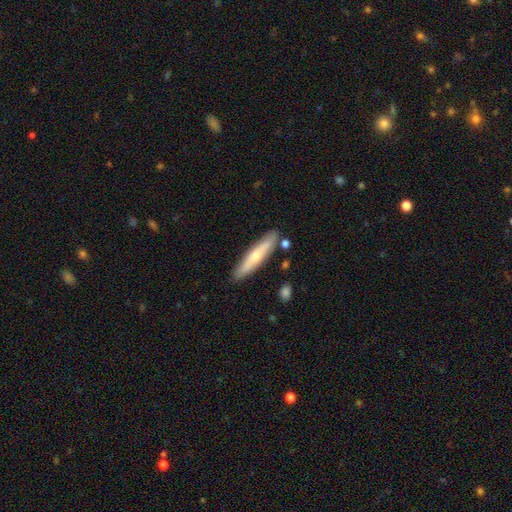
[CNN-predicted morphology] A smooth galaxy with no disk features (52%) that is cigar-shaped (85%).

Vote fractions:
- Smooth or featured? smooth: 52% / featured or disk: 42% / star or artifact: 6%
- How rounded? cigar-shaped: 85% / in between: 14% / round: 2%
- Merging? none: 85% / minor disturbance: 10% / merger: 3% / major disturbance: 2%